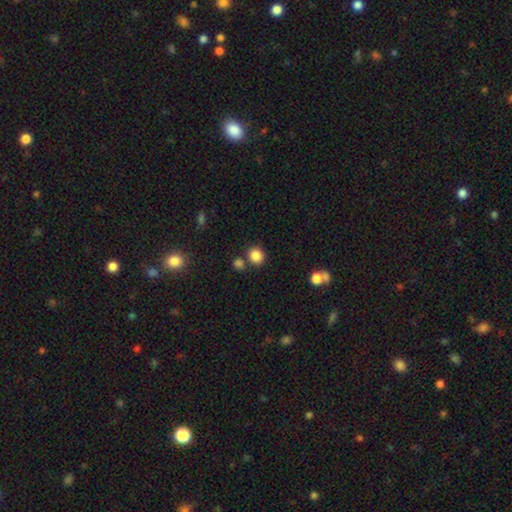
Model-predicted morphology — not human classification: type=smooth (84%); roundness=round (83%); merging=none (74%).